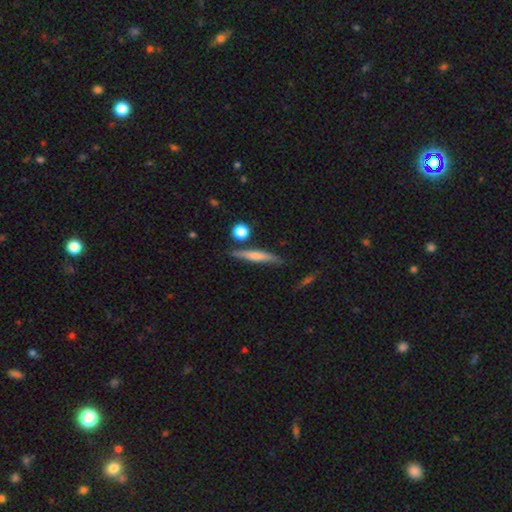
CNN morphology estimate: smooth_or_featured: smooth (p=0.59) [alt: featured or disk p=0.34]
how_rounded: cigar-shaped (p=0.89) [alt: in between p=0.07]
merging: none (p=0.81) [alt: minor disturbance p=0.12]